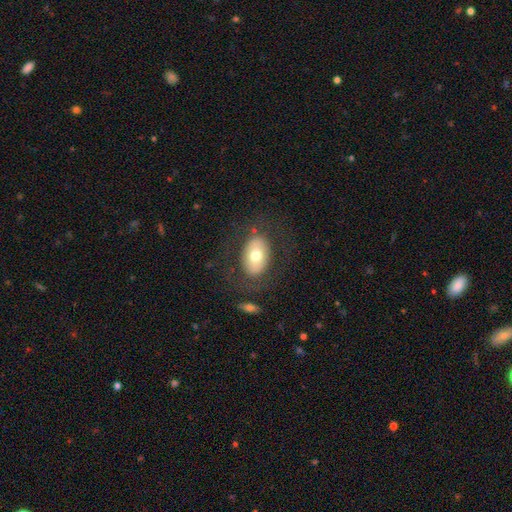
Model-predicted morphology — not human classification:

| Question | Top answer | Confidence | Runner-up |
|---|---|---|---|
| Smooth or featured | smooth | 64% | featured or disk (29%) |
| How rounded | in between | 84% | round (15%) |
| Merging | none | 76% | minor disturbance (12%) |